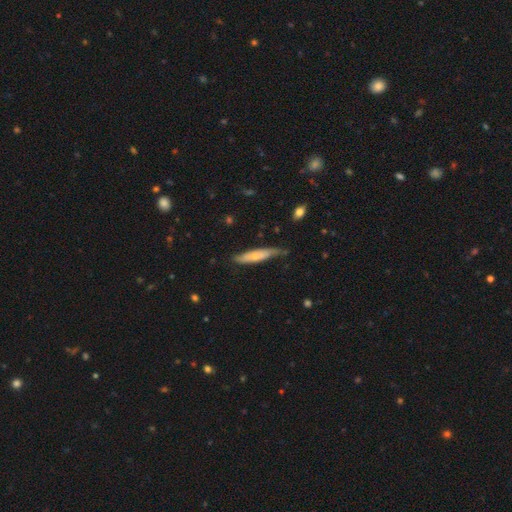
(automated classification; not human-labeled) This appears to be a smooth galaxy with no disk features (58%) that is cigar-shaped (82%). Merging: none (63%).